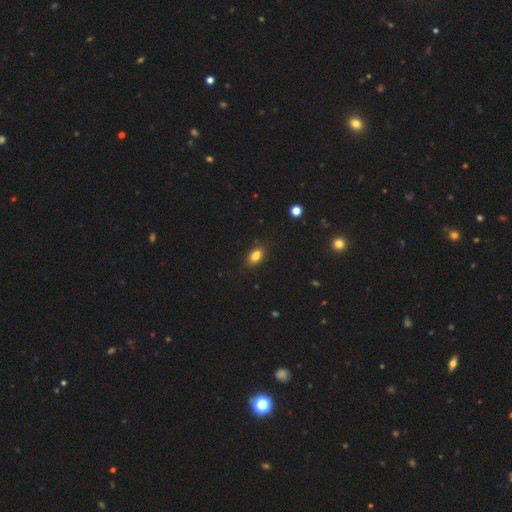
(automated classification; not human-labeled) smooth-or-featured: smooth: 83% | star or artifact: 11% | featured or disk: 6%
  how-rounded: in between: 86% | round: 10% | cigar-shaped: 4%
  merging: none: 82% | minor disturbance: 13% | major disturbance: 3% | merger: 2%